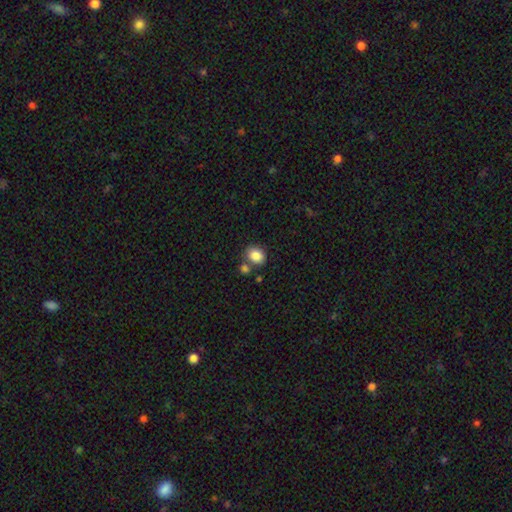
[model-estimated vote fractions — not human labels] Smooth or featured?
  - smooth: 85% *
  - star or artifact: 9%
  - featured or disk: 6%
How rounded?
  - in between: 50% *
  - round: 49%
  - cigar-shaped: 1%
Merging?
  - none: 66% *
  - merger: 19%
  - minor disturbance: 11%
  - major disturbance: 4%